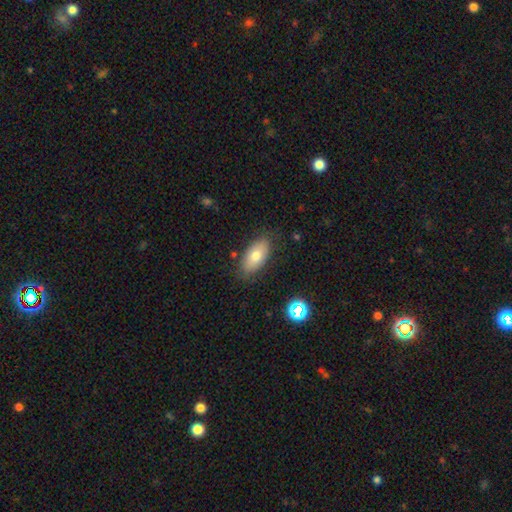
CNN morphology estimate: Smooth or featured: smooth — 74% (featured or disk — 18%)
How rounded: in between — 91% (cigar-shaped — 5%)
Merging: none — 80% (minor disturbance — 14%)